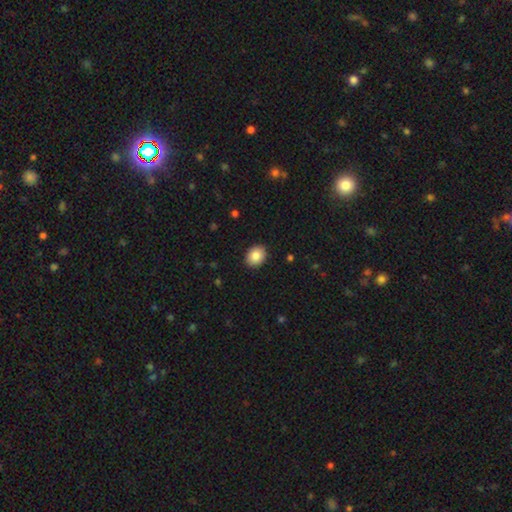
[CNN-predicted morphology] type=smooth (87%); roundness=in between (59%); merging=none (90%).